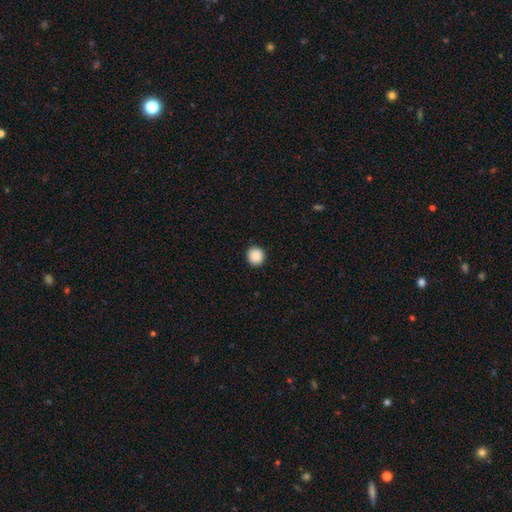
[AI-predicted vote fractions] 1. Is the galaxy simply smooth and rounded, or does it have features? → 89% smooth, 8% star or artifact, 2% featured or disk.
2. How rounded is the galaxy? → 89% round, 10% in between, 1% cigar-shaped.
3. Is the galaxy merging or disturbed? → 91% none, 6% minor disturbance, 2% major disturbance, 1% merger.